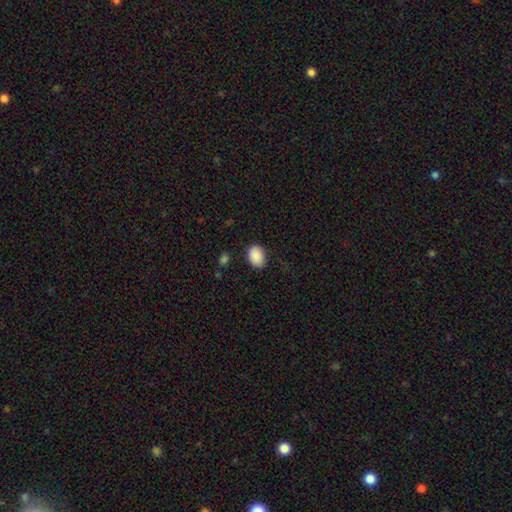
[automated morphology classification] Overall: smooth (90%). How rounded: in between (80%). Merging: none (82%).